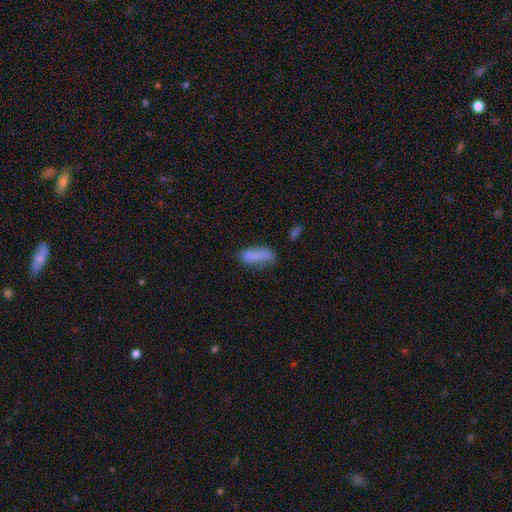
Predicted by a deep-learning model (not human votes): The model was most divided on "how rounded": in between: 59%, cigar-shaped: 38%, round: 3%. More confident: smooth or featured — smooth (75%); merging — none (54%).